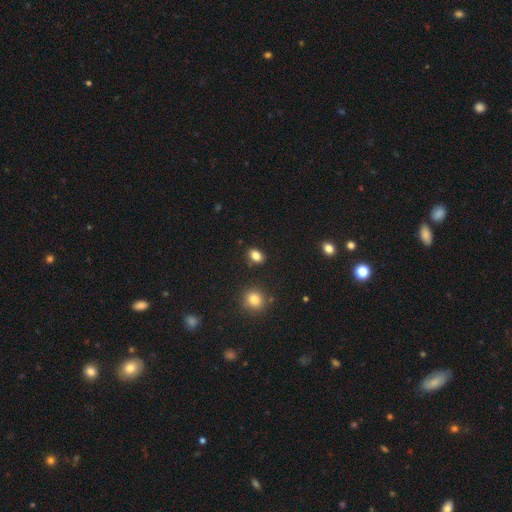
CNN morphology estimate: type=smooth (84%); roundness=in between (76%); merging=none (86%).